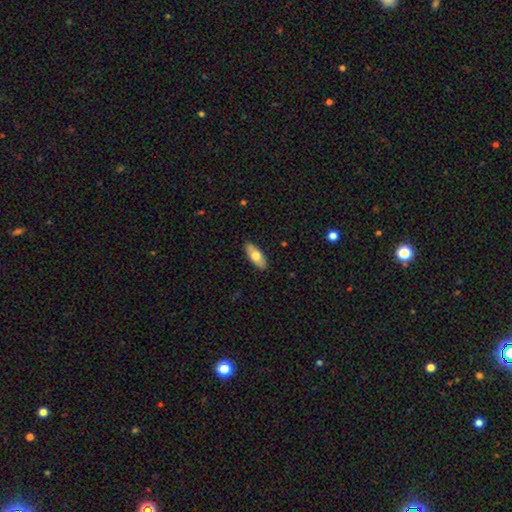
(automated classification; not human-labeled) smooth_or_featured: smooth (p=0.71) [alt: featured or disk p=0.23]
how_rounded: in between (p=0.83) [alt: cigar-shaped p=0.15]
merging: none (p=0.89) [alt: minor disturbance p=0.08]